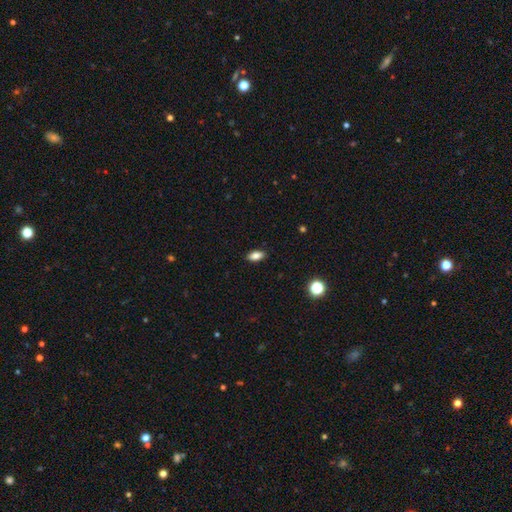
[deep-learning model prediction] Smooth or featured? Predicted: smooth (p=0.82). How rounded? Predicted: in between (p=0.88). Merging? Predicted: none (p=0.89).